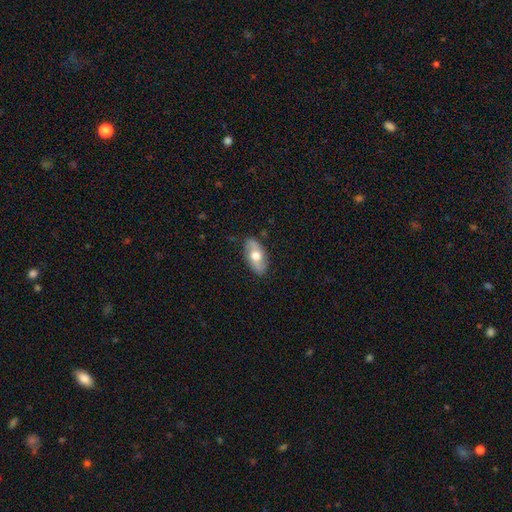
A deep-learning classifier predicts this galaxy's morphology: smooth_or_featured: smooth (p=0.52) [alt: featured or disk p=0.42]
how_rounded: in between (p=0.90) [alt: round p=0.06]
merging: none (p=0.82) [alt: minor disturbance p=0.14]